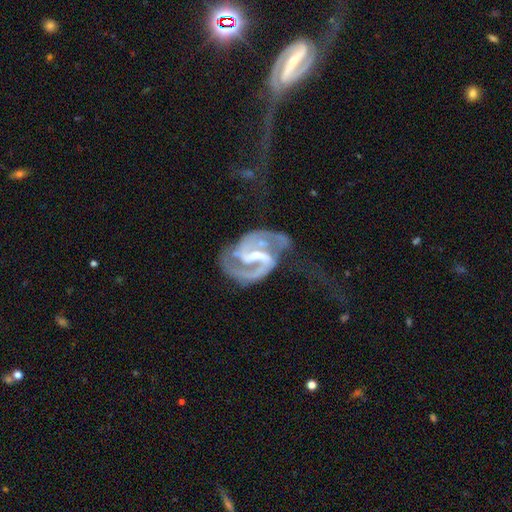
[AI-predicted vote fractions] Q: Smooth or featured?
A: featured or disk (91%); runner-up: star or artifact (5%)
Q: Edge-on disk?
A: no (98%); runner-up: yes (2%)
Q: Bar?
A: weak (45%); runner-up: strong (44%)
Q: Spiral arms?
A: yes (97%); runner-up: no (3%)
Q: Spiral winding?
A: medium (56%); runner-up: tight (24%)
Q: Spiral arm count?
A: 2 (86%); runner-up: can't tell (4%)
Q: Bulge size?
A: moderate (44%); runner-up: small (42%)
Q: Merging?
A: none (41%); runner-up: major disturbance (30%)